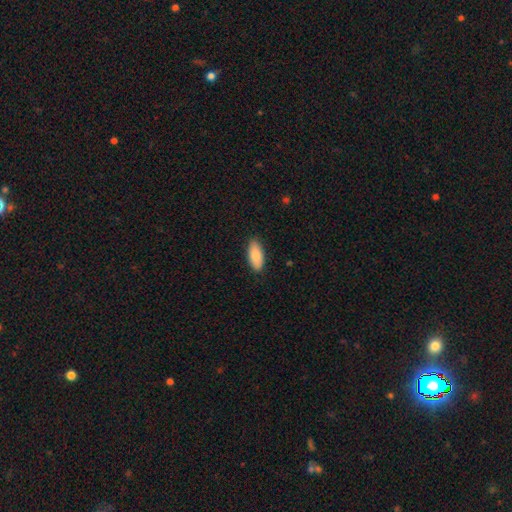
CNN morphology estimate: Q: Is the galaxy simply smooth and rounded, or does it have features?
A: smooth — 87%.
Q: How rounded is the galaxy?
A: in between — 88%.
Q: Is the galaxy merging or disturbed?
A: none — 87%.